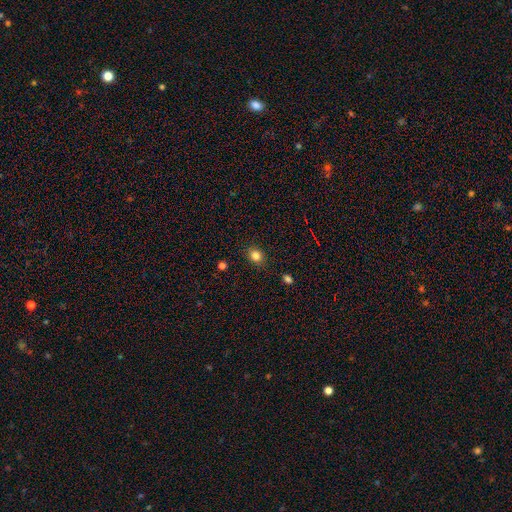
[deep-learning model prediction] smooth-or-featured: smooth: 83% | star or artifact: 12% | featured or disk: 5%
  how-rounded: round: 60% | in between: 39% | cigar-shaped: 1%
  merging: none: 88% | minor disturbance: 9% | major disturbance: 2% | merger: 1%